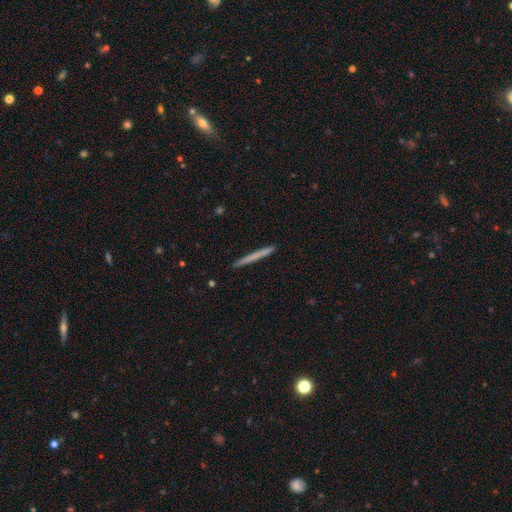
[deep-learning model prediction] This appears to be a smooth galaxy with no disk features (60%) that is cigar-shaped (97%). Merging: none (93%).